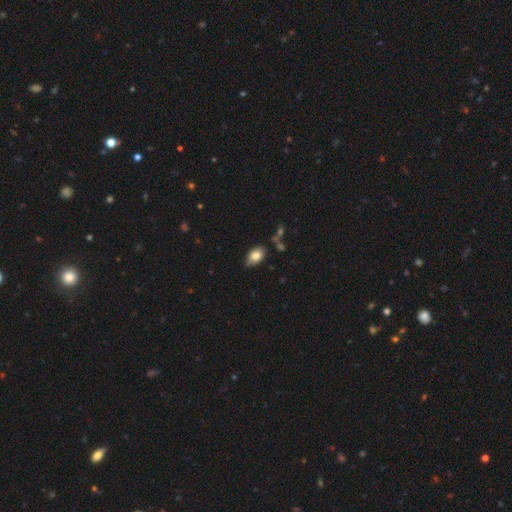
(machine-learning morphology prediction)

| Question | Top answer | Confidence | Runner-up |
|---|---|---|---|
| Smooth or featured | smooth | 80% | featured or disk (12%) |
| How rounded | in between | 89% | round (9%) |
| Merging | none | 73% | minor disturbance (19%) |